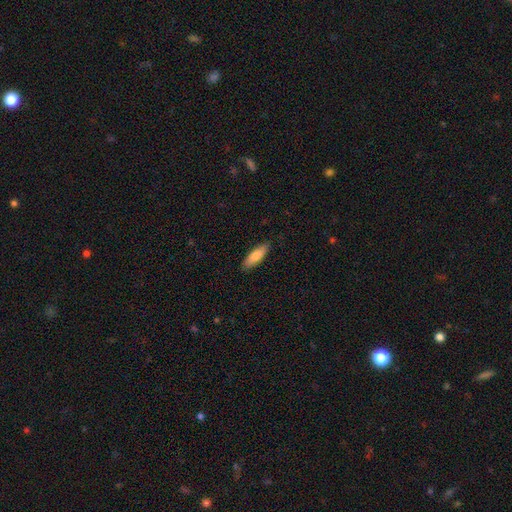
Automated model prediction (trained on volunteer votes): Smooth or featured: smooth — 79% (featured or disk — 15%)
How rounded: cigar-shaped — 52% (in between — 46%)
Merging: none — 88% (minor disturbance — 9%)